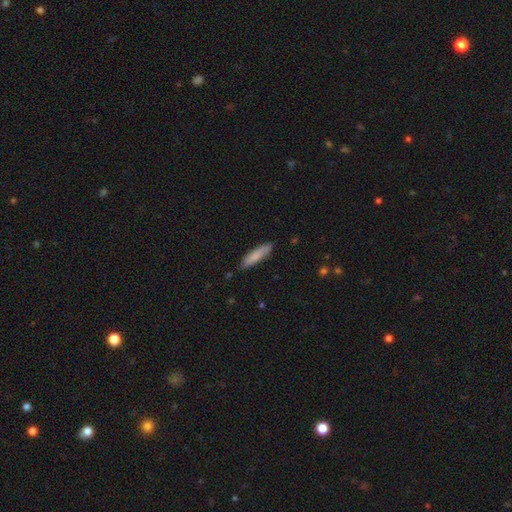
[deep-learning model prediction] Q: Smooth or featured?
A: smooth (82%); runner-up: featured or disk (12%)
Q: How rounded?
A: cigar-shaped (79%); runner-up: in between (19%)
Q: Merging?
A: none (85%); runner-up: minor disturbance (11%)